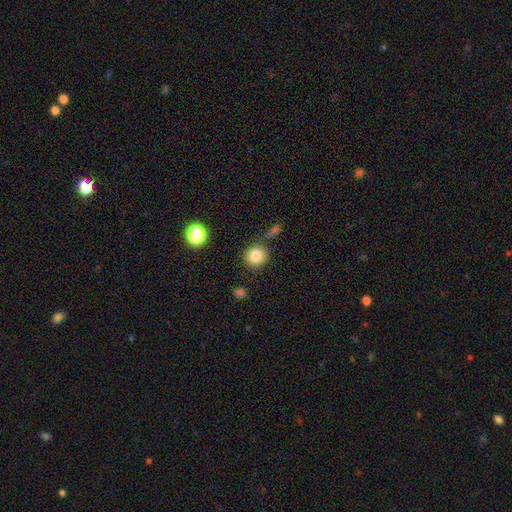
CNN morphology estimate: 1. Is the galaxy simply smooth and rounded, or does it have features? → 84% smooth, 10% star or artifact, 6% featured or disk.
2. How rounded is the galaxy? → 88% round, 11% in between, 1% cigar-shaped.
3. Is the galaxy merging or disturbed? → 74% none, 13% minor disturbance, 8% merger, 5% major disturbance.